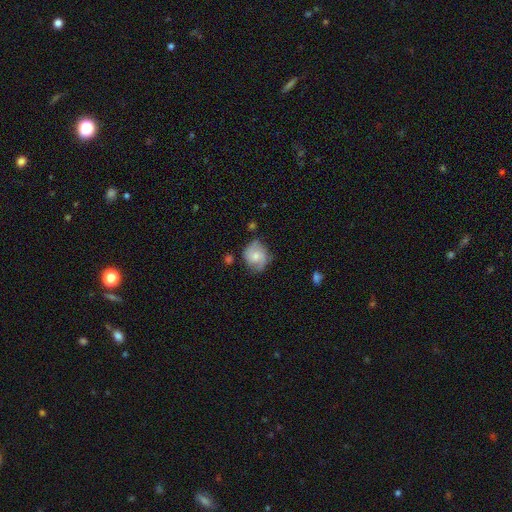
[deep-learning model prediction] Morphology: type=featured or disk (50%); edge-on=no (97%); merging=none (63%).